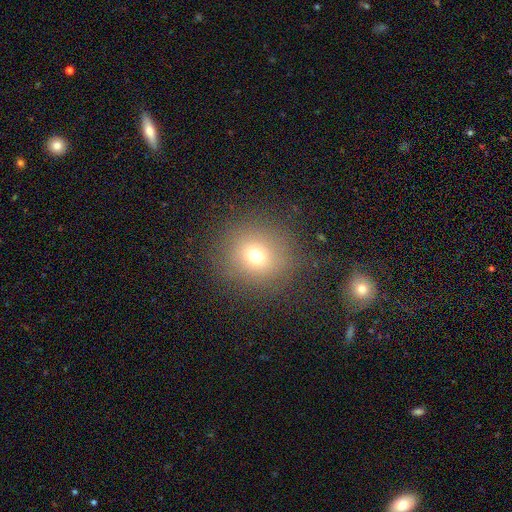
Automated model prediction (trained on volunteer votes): This appears to be a smooth galaxy with no disk features (71%) that is round (90%). Merging: none (85%).